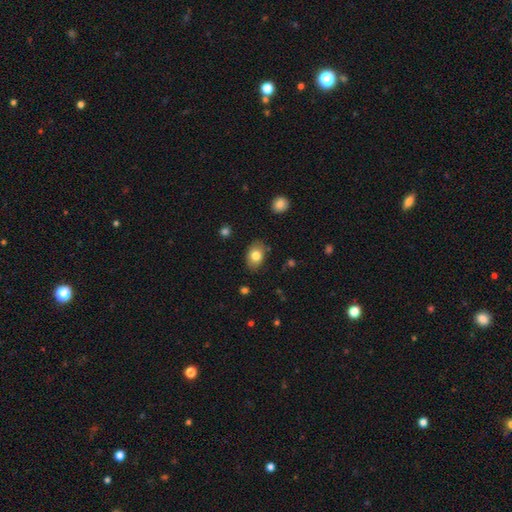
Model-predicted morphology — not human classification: This appears to be a smooth galaxy with no disk features (80%) that is in between round and cigar-shaped (76%). Merging: none (82%).